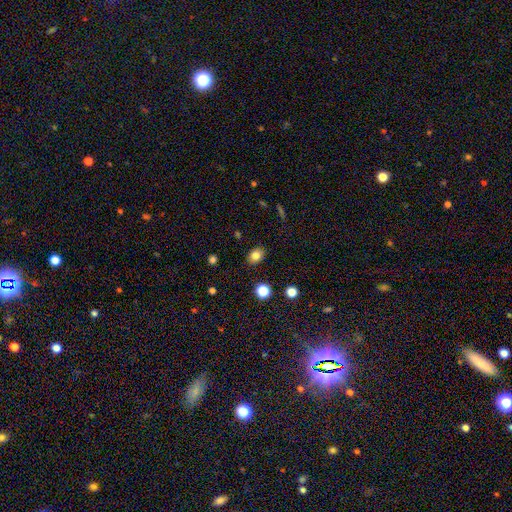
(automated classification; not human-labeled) smooth 81%, star or artifact 12%, featured or disk 7%. Down the decision tree: how rounded — in between (55%); merging — none (87%).